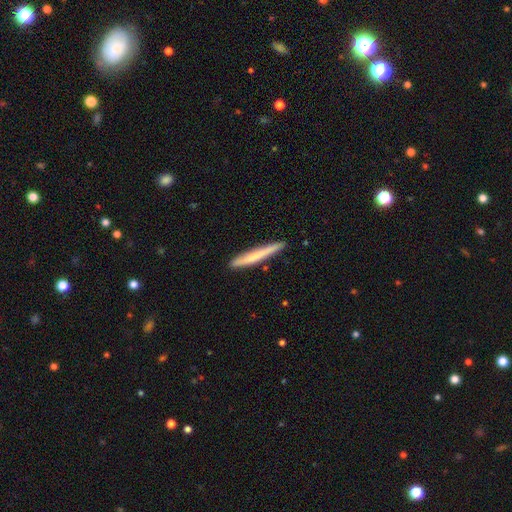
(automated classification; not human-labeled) smooth 65%, featured or disk 29%, star or artifact 5%. Down the decision tree: how rounded — cigar-shaped (97%); merging — none (88%).